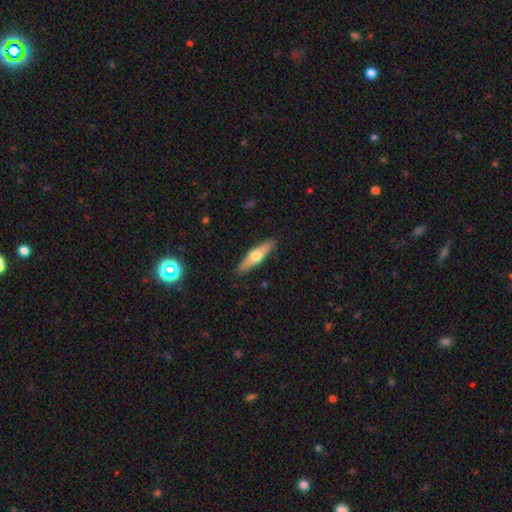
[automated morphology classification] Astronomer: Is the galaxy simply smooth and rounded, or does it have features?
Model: smooth — 50% (runner-up: featured or disk, 45%).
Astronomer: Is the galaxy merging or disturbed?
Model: none — 89%.